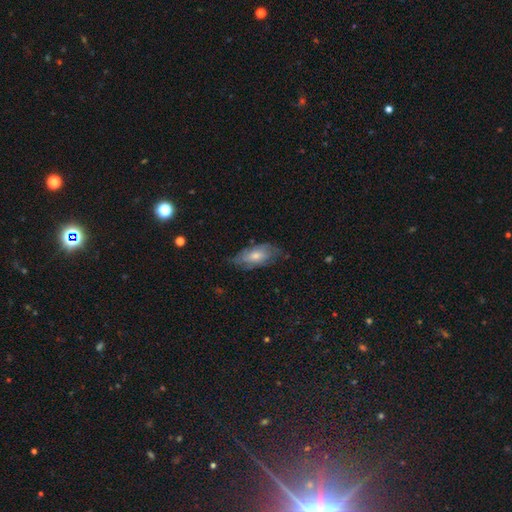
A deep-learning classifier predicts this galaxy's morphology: smooth_or_featured: smooth (p=0.53) [alt: featured or disk p=0.41]
how_rounded: in between (p=0.88) [alt: cigar-shaped p=0.09]
merging: none (p=0.61) [alt: minor disturbance p=0.28]